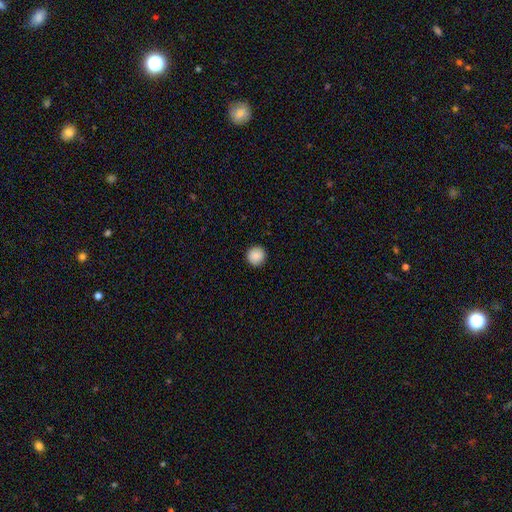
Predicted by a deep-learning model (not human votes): Morphology: type=smooth (89%); roundness=round (95%); merging=none (93%).